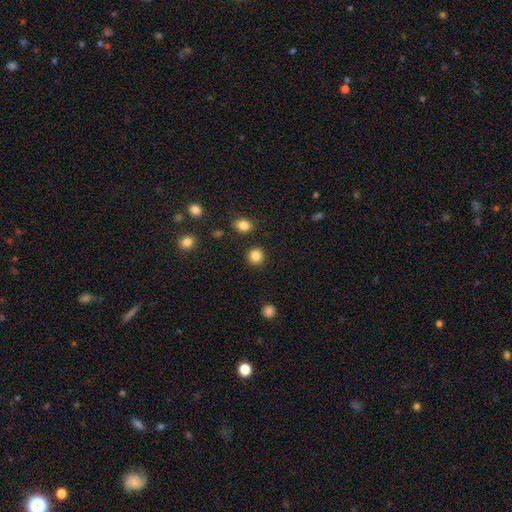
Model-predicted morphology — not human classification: Overall: smooth (85%). How rounded: round (92%). Merging: none (91%).